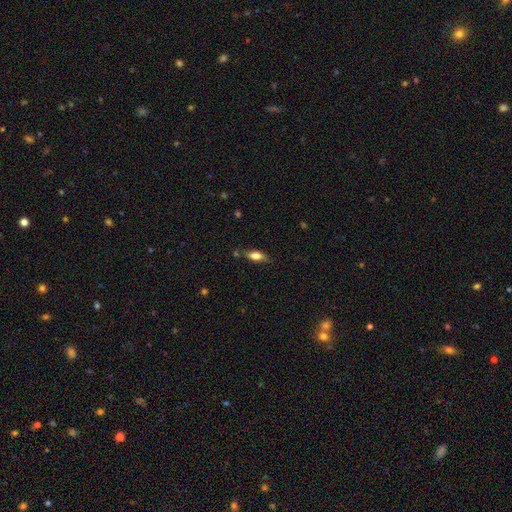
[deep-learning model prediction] A smooth galaxy with no disk features (74%) that is in between round and cigar-shaped (75%).

Vote fractions:
- Smooth or featured? smooth: 74% / featured or disk: 18% / star or artifact: 8%
- How rounded? in between: 75% / cigar-shaped: 22% / round: 4%
- Merging? none: 70% / minor disturbance: 22% / major disturbance: 5% / merger: 4%